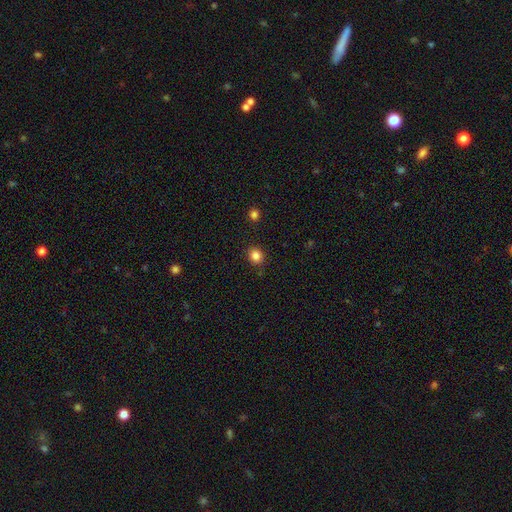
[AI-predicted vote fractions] Overall: smooth (84%). How rounded: round (77%). Merging: none (86%).